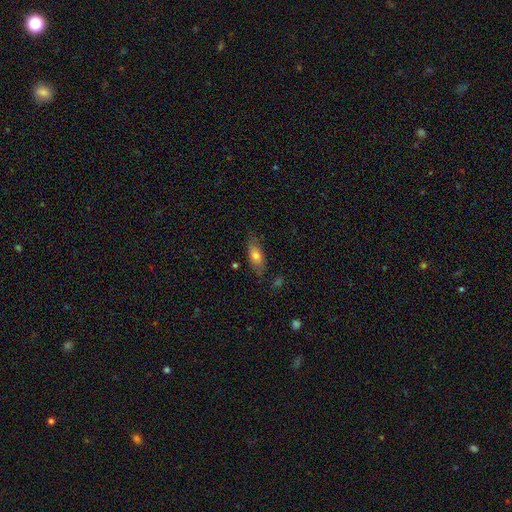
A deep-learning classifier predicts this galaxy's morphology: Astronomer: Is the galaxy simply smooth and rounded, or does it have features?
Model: smooth — 72%.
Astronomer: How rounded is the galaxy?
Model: in between — 76%.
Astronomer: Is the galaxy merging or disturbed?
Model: none — 76%.